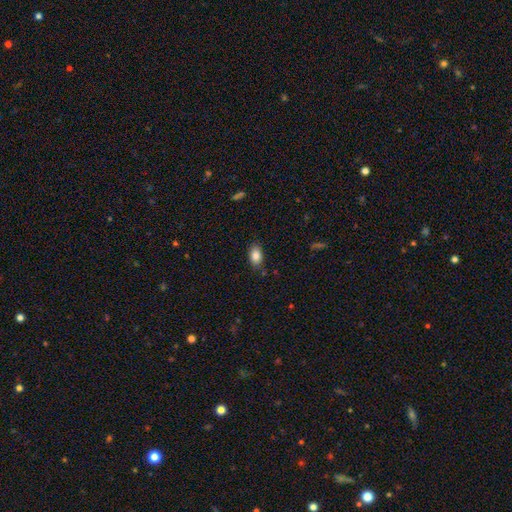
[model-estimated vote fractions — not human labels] smooth-or-featured: smooth: 85% | star or artifact: 8% | featured or disk: 7%
  how-rounded: in between: 89% | round: 9% | cigar-shaped: 2%
  merging: none: 83% | minor disturbance: 13% | major disturbance: 3% | merger: 2%